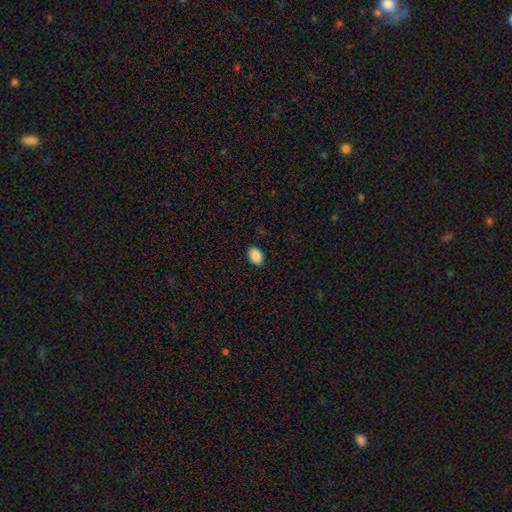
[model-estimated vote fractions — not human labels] A smooth galaxy with no disk features (88%) that is in between round and cigar-shaped (78%).

Vote fractions:
- Smooth or featured? smooth: 88% / star or artifact: 8% / featured or disk: 4%
- How rounded? in between: 78% / round: 21% / cigar-shaped: 1%
- Merging? none: 89% / minor disturbance: 8% / major disturbance: 2% / merger: 1%